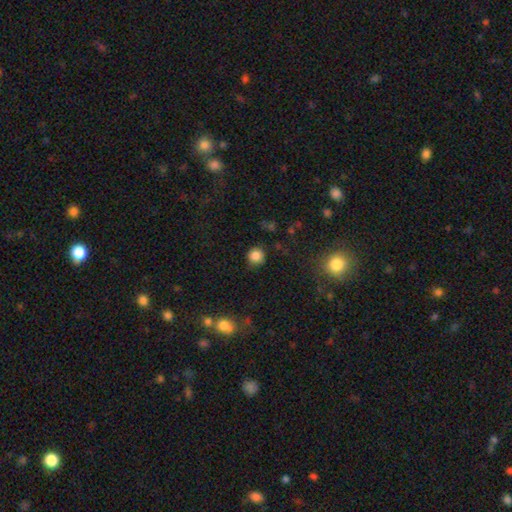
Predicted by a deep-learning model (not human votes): Smooth or featured: smooth — 84% (star or artifact — 12%)
How rounded: round — 91% (in between — 8%)
Merging: none — 83% (minor disturbance — 12%)